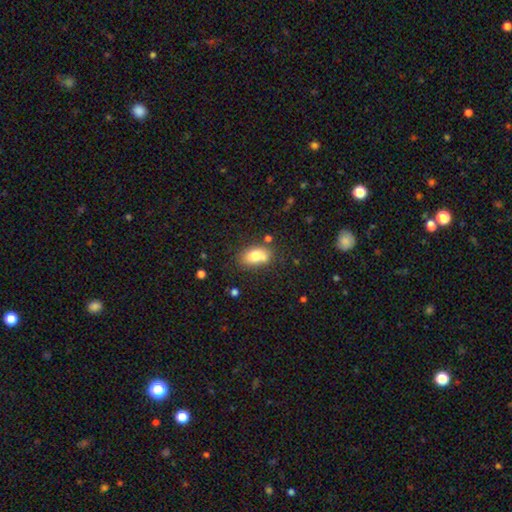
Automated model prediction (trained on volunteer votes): Smooth or featured? smooth (77%)
How rounded? in between (86%)
Merging? none (62%)